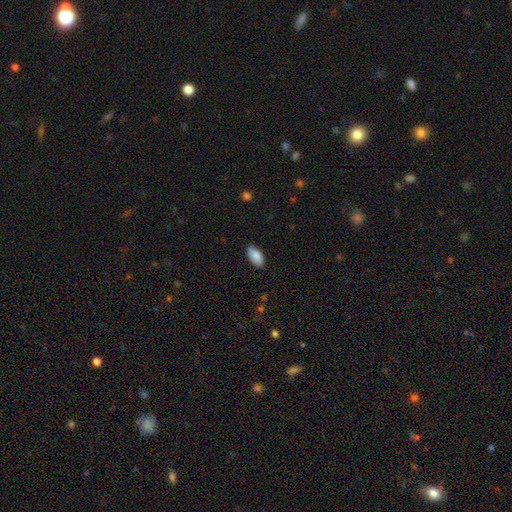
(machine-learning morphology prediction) The model was most divided on "merging": none: 87%, minor disturbance: 10%, major disturbance: 2%, merger: 1%. More confident: how rounded — in between (92%); smooth or featured — smooth (88%).